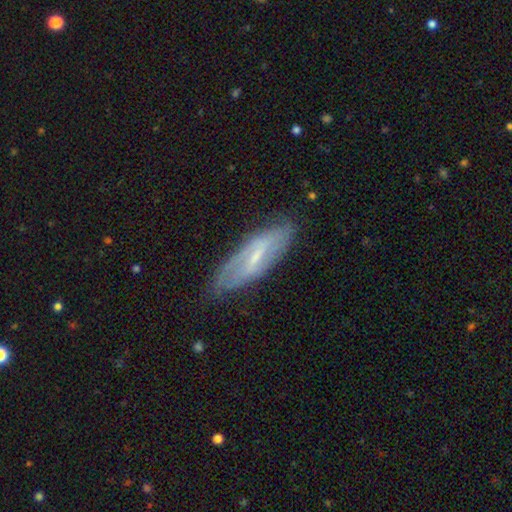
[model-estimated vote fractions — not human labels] Morphology: type=featured or disk (68%); edge-on=no (74%); bar=strong (45%); spiral arms=yes (72%); bulge=small (62%); merging=none (75%).